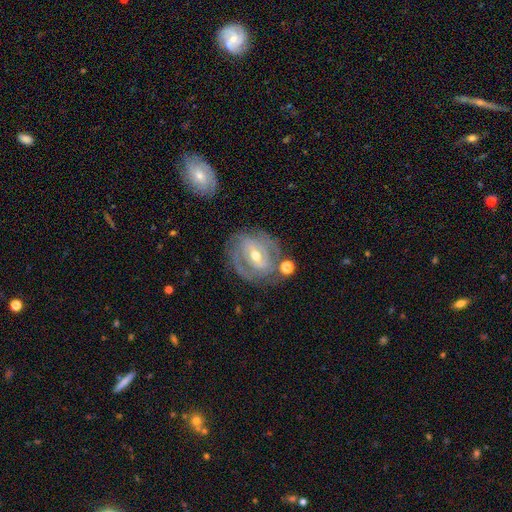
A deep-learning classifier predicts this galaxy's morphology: Smooth or featured? featured or disk (82%)
Edge-on disk? no (95%)
Bar? weak (41%)
Spiral arms? yes (83%)
Spiral winding? tight (63%)
Spiral arm count? 2 (47%)
Bulge size? moderate (62%)
Merging? none (69%)